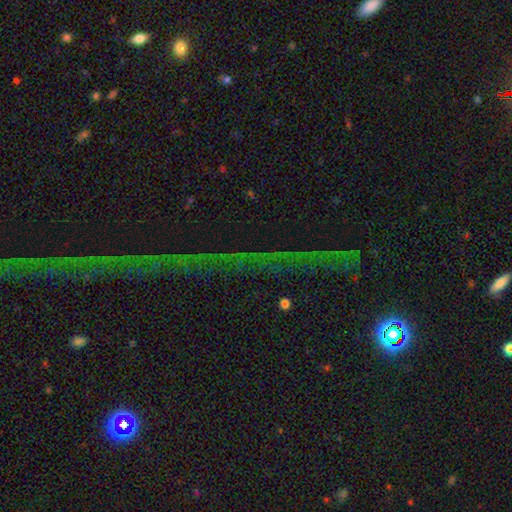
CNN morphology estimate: Smooth or featured?
  - star or artifact: 74% *
  - featured or disk: 13%
  - smooth: 13%